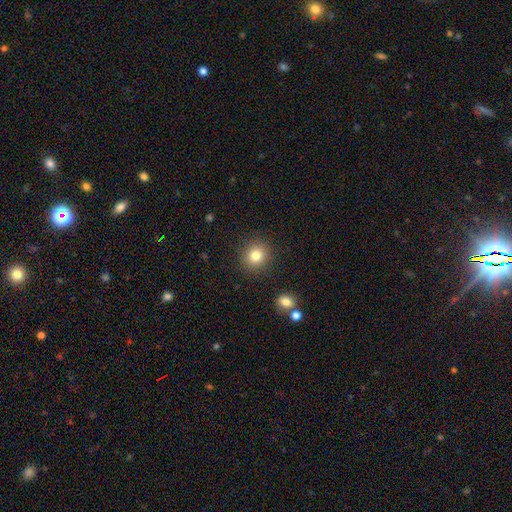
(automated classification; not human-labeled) Smooth or featured? Predicted: smooth (p=0.81). How rounded? Predicted: round (p=0.89). Merging? Predicted: none (p=0.89).